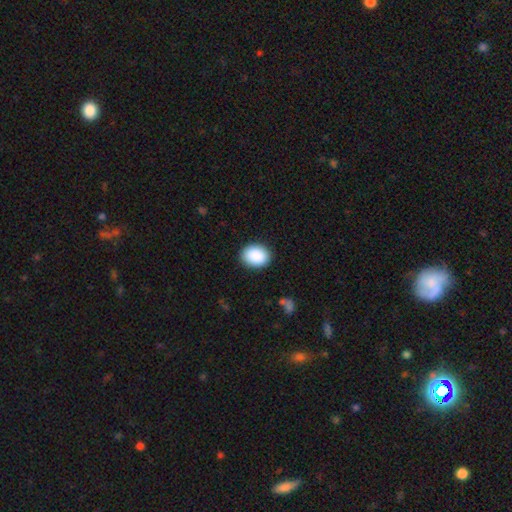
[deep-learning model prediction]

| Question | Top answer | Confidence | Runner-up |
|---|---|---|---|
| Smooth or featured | smooth | 90% | star or artifact (7%) |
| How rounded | in between | 59% | round (40%) |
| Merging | none | 89% | minor disturbance (8%) |